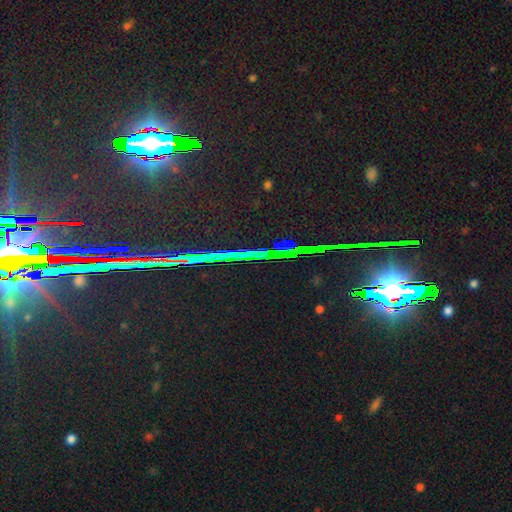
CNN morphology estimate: smooth_or_featured: star or artifact (p=0.87) [alt: featured or disk p=0.08]